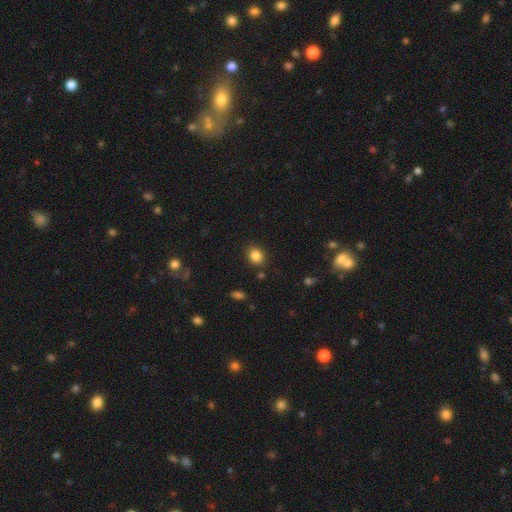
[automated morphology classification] Smooth or featured? smooth (84%)
How rounded? round (65%)
Merging? none (86%)